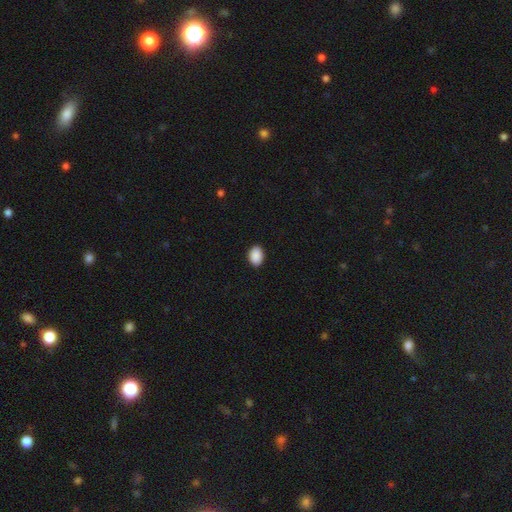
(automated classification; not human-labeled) Smooth or featured?
  - smooth: 91% *
  - star or artifact: 7%
  - featured or disk: 2%
How rounded?
  - in between: 78% *
  - round: 21%
  - cigar-shaped: 1%
Merging?
  - none: 90% *
  - minor disturbance: 7%
  - major disturbance: 2%
  - merger: 1%